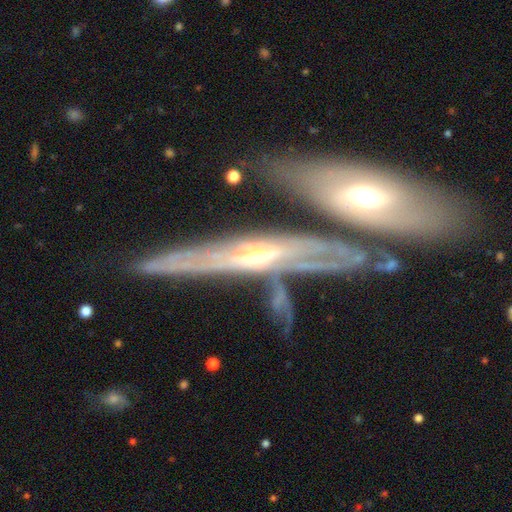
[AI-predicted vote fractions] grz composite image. It shows a featured or disk galaxy (76%) viewed edge-on (66%) with a rounded central bulge (74%). Merging: none (37%).